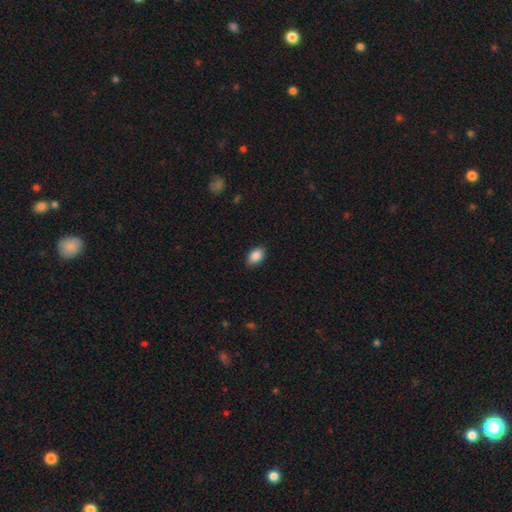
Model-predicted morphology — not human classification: Smooth or featured? Predicted: smooth (p=0.88). How rounded? Predicted: in between (p=0.88). Merging? Predicted: none (p=0.86).